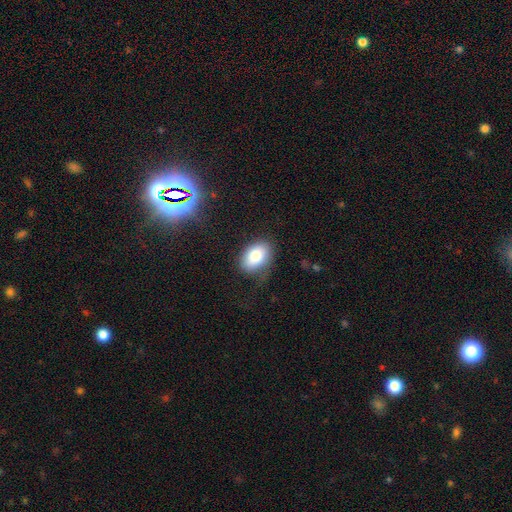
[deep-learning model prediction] smooth-or-featured: smooth: 81% | featured or disk: 11% | star or artifact: 8%
  how-rounded: in between: 87% | round: 11% | cigar-shaped: 1%
  merging: none: 65% | minor disturbance: 22% | major disturbance: 10% | merger: 2%